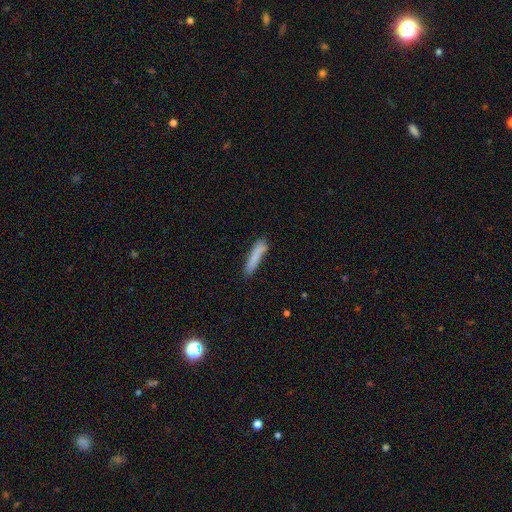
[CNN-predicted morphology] This appears to be a smooth galaxy with no disk features (82%) that is cigar-shaped (91%). Merging: none (77%).